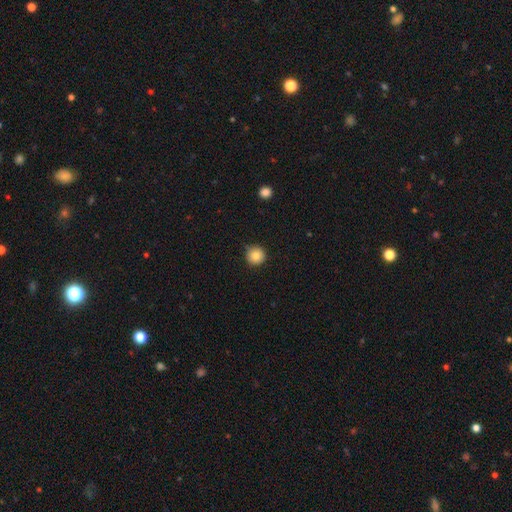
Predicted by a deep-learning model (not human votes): The model was most divided on "merging": none: 85%, minor disturbance: 12%, major disturbance: 2%, merger: 1%. More confident: how rounded — round (95%); smooth or featured — smooth (85%).